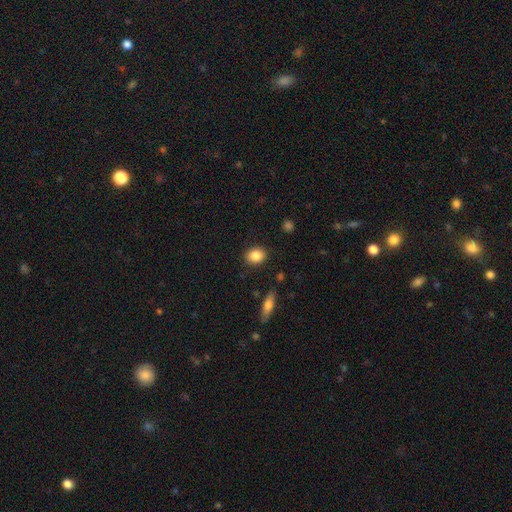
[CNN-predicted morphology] Smooth or featured? smooth (86%)
How rounded? in between (55%)
Merging? none (89%)